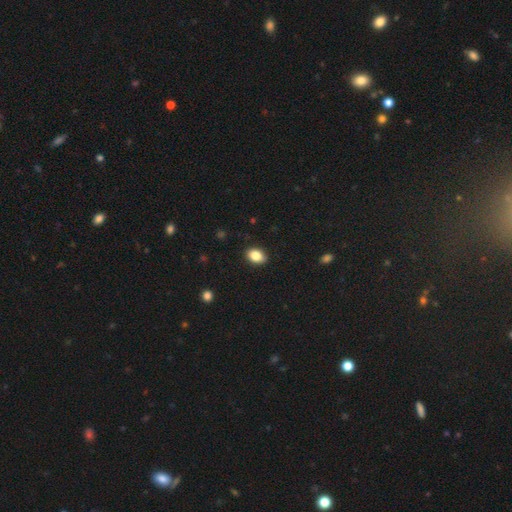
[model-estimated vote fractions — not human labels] The model was most divided on "how rounded": in between: 77%, round: 22%, cigar-shaped: 1%. More confident: merging — none (89%); smooth or featured — smooth (85%).